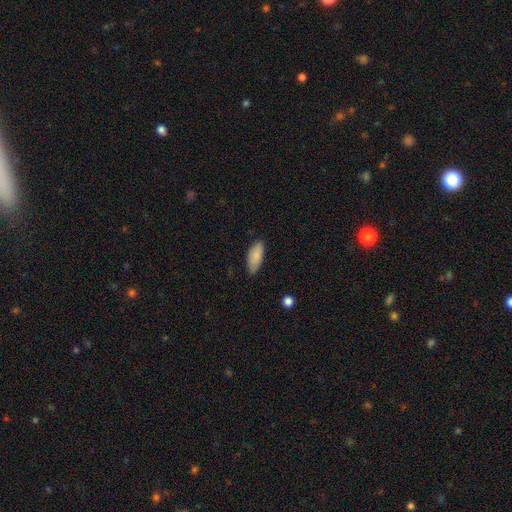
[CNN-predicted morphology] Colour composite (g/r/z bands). It shows a smooth galaxy with no disk features (86%) that is in between round and cigar-shaped (83%). Merging: none (77%).